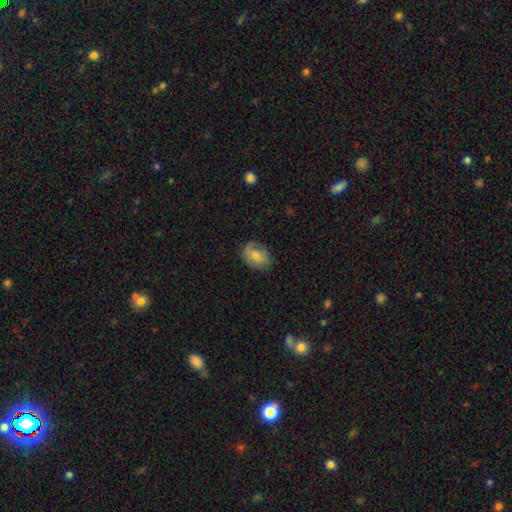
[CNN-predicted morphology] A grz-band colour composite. It shows a smooth galaxy with no disk features (63%) that is in between round and cigar-shaped (69%). Merging: none (66%).